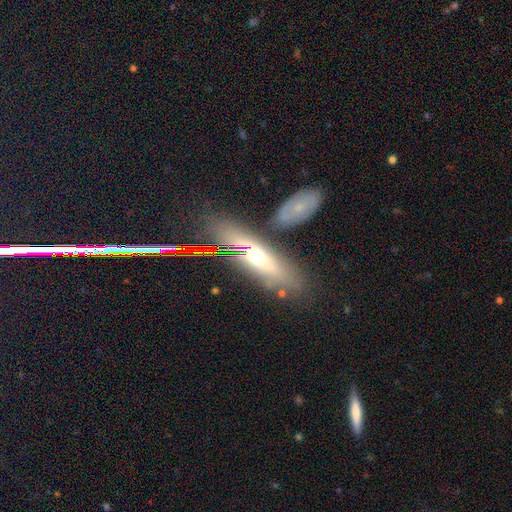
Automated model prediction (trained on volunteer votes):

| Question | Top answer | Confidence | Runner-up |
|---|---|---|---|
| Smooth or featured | smooth | 45% | featured or disk (43%) |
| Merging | none | 72% | minor disturbance (14%) |